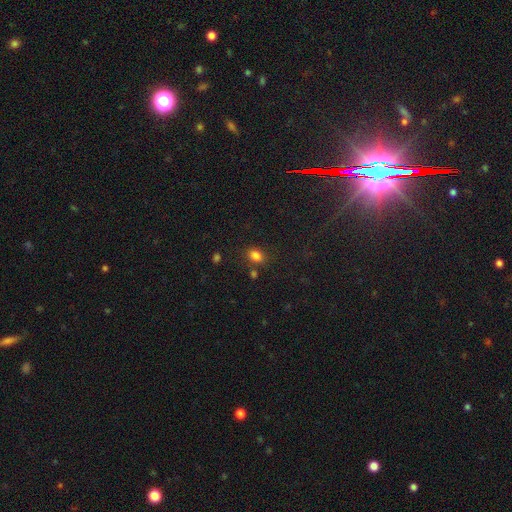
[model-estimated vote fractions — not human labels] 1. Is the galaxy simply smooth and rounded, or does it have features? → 81% smooth, 13% star or artifact, 5% featured or disk.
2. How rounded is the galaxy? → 65% in between, 34% round, 1% cigar-shaped.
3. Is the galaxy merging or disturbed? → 76% none, 13% minor disturbance, 7% merger, 4% major disturbance.